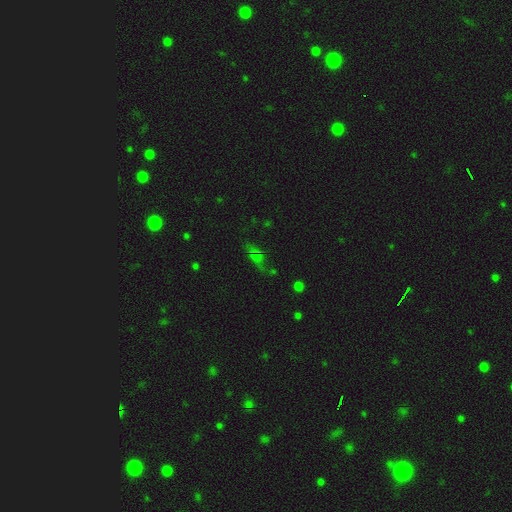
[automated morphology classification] A smooth galaxy with no disk features (43%).

Vote fractions:
- Smooth or featured? smooth: 43% / star or artifact: 35% / featured or disk: 23%
- Merging? none: 58% / minor disturbance: 22% / major disturbance: 14% / merger: 6%